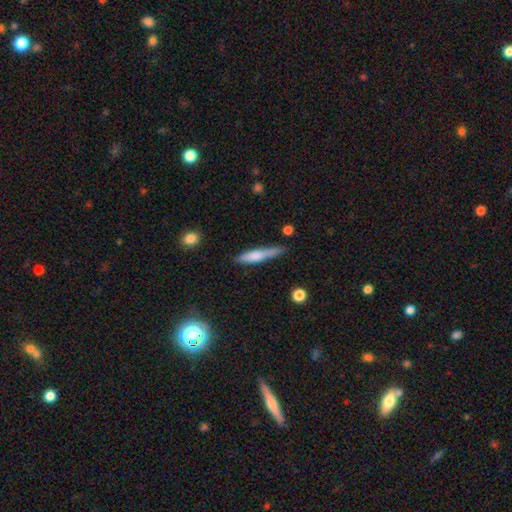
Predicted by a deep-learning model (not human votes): smooth_or_featured: smooth (p=0.68) [alt: featured or disk p=0.26]
how_rounded: cigar-shaped (p=0.86) [alt: in between p=0.12]
merging: none (p=0.67) [alt: minor disturbance p=0.24]